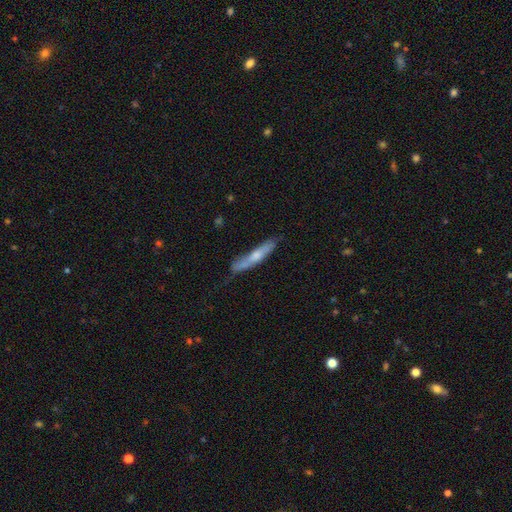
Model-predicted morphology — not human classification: The model was most divided on "smooth or featured": smooth: 48%, featured or disk: 47%, star or artifact: 6%. More confident: merging — none (68%).